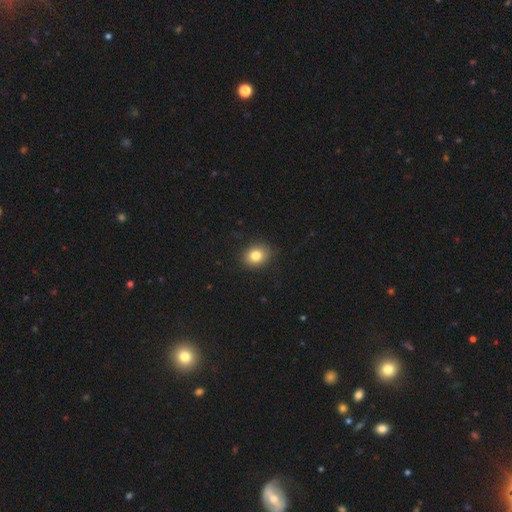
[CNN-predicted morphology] Smooth or featured? Predicted: smooth (p=0.82). How rounded? Predicted: round (p=0.63). Merging? Predicted: none (p=0.89).